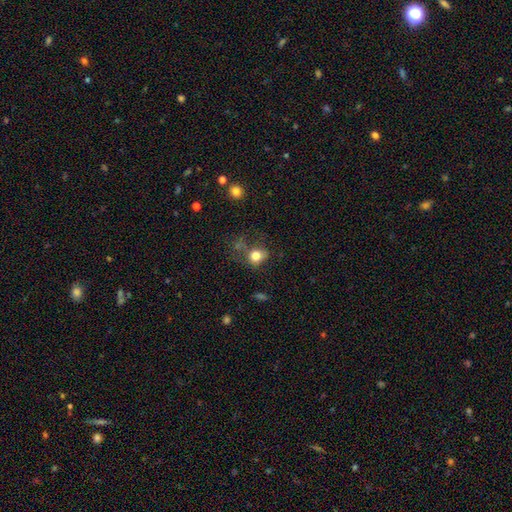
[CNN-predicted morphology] Smooth or featured? smooth (79%)
How rounded? round (67%)
Merging? none (50%)